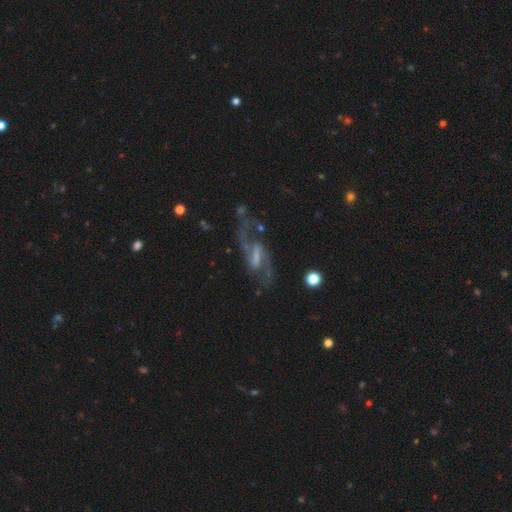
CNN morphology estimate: Overall: featured or disk (86%). Edge-on disk: no (94%). Bar: weak (46%; strong 43%). Spiral arms: yes (95%). Spiral arm count: 2 (91%). Spiral winding: loose (45%, tied with medium). Bulge size: small (37%; none 34%). Merging: none (70%).